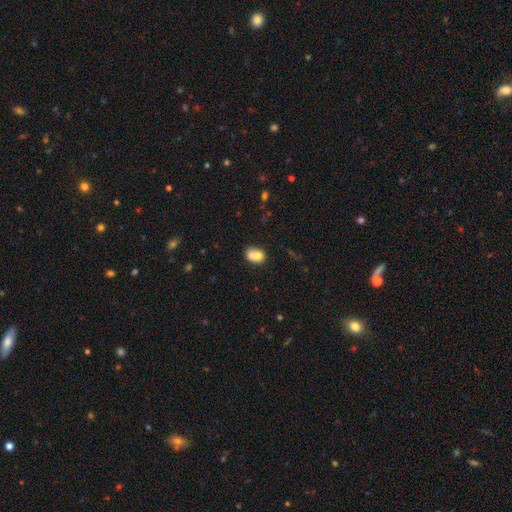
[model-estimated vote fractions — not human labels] Smooth or featured? Predicted: smooth (p=0.70). How rounded? Predicted: in between (p=0.53). Merging? Predicted: merger (p=0.63).